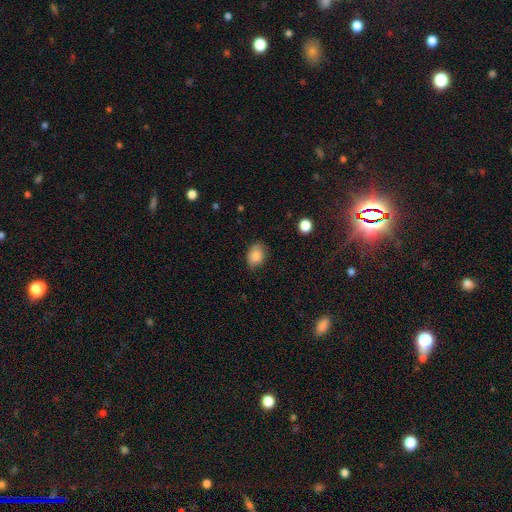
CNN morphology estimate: smooth_or_featured: smooth (p=0.86) [alt: star or artifact p=0.09]
how_rounded: in between (p=0.66) [alt: round p=0.33]
merging: none (p=0.72) [alt: minor disturbance p=0.22]